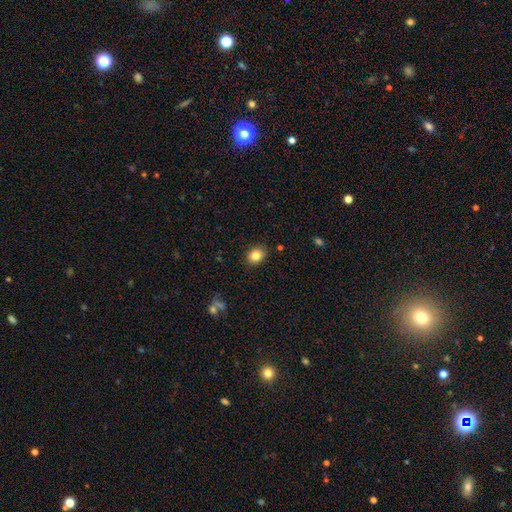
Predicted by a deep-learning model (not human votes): A smooth galaxy with no disk features (82%) that is round (50%).

Vote fractions:
- Smooth or featured? smooth: 82% / star or artifact: 10% / featured or disk: 7%
- How rounded? round: 50% / in between: 49% / cigar-shaped: 1%
- Merging? none: 87% / minor disturbance: 9% / major disturbance: 2% / merger: 1%